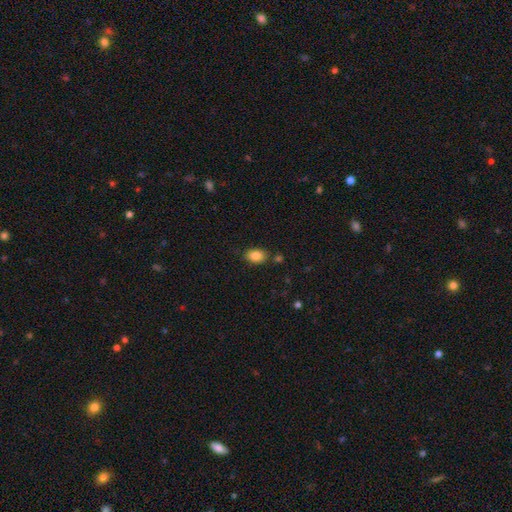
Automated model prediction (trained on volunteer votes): A smooth galaxy with no disk features (86%) that is in between round and cigar-shaped (82%).

Vote fractions:
- Smooth or featured? smooth: 86% / star or artifact: 8% / featured or disk: 6%
- How rounded? in between: 82% / round: 17% / cigar-shaped: 1%
- Merging? none: 80% / minor disturbance: 11% / merger: 5% / major disturbance: 3%